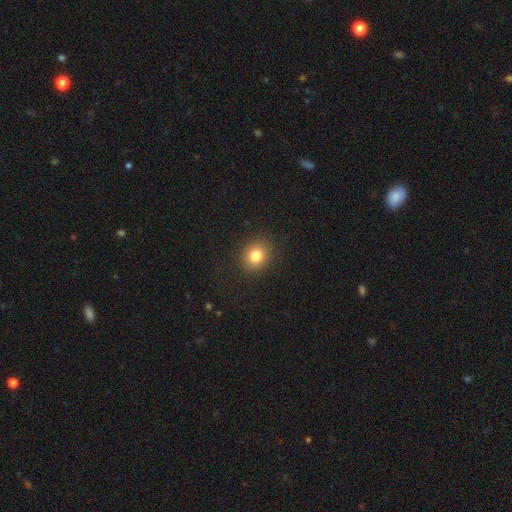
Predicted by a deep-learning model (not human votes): Morphology: type=smooth (81%); roundness=round (74%); merging=none (89%).